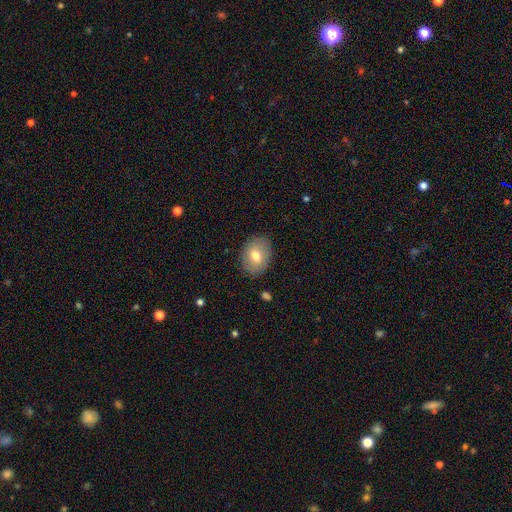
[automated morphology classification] Smooth or featured?
  - smooth: 70% *
  - featured or disk: 23%
  - star or artifact: 8%
How rounded?
  - in between: 66% *
  - round: 33%
  - cigar-shaped: 1%
Merging?
  - none: 84% *
  - minor disturbance: 11%
  - major disturbance: 3%
  - merger: 1%